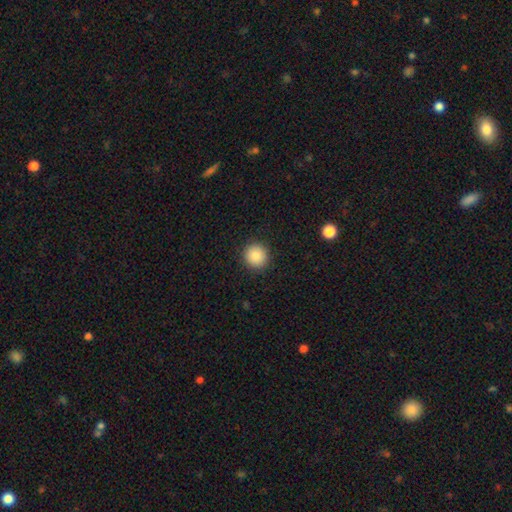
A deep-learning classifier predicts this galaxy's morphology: This appears to be a smooth galaxy with no disk features (87%) that is round (94%). Merging: none (92%).